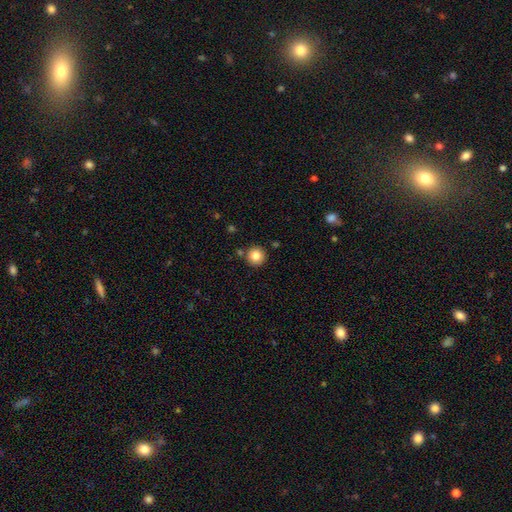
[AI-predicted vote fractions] smooth-or-featured: smooth: 84% | star or artifact: 10% | featured or disk: 6%
  how-rounded: round: 95% | in between: 4% | cigar-shaped: 1%
  merging: none: 86% | minor disturbance: 7% | merger: 5% | major disturbance: 2%